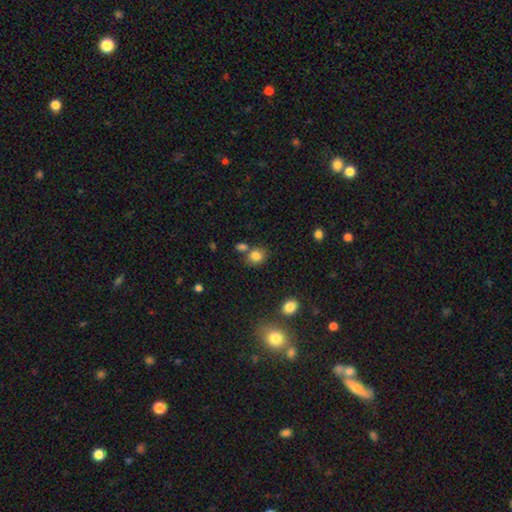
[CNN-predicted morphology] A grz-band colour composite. It shows a smooth galaxy with no disk features (82%) that is round (62%). Merging: none (63%).